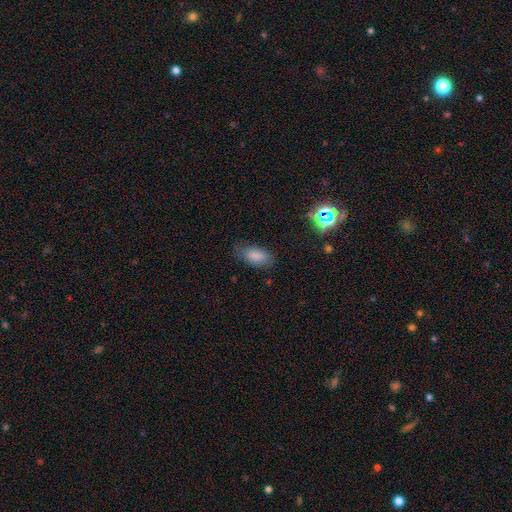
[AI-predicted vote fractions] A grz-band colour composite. It shows a smooth galaxy with no disk features (82%) that is in between round and cigar-shaped (90%). Merging: none (68%).